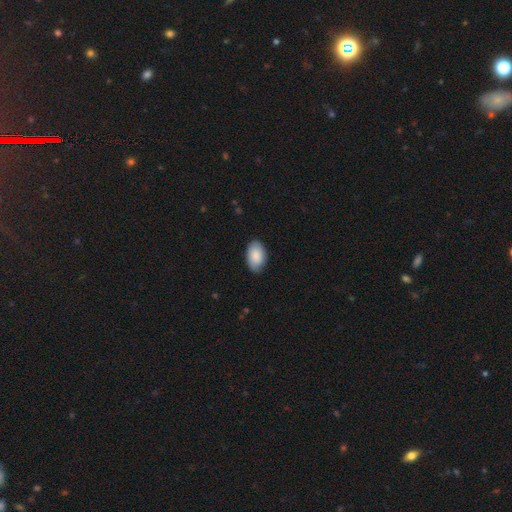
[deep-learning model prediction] A smooth galaxy with no disk features (86%) that is in between round and cigar-shaped (93%). Merging: none (81%).